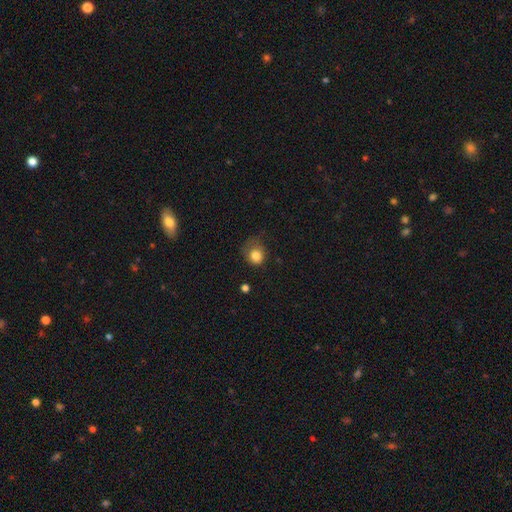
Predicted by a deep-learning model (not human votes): Smooth or featured? Predicted: smooth (p=0.81). How rounded? Predicted: round (p=0.75). Merging? Predicted: none (p=0.41).